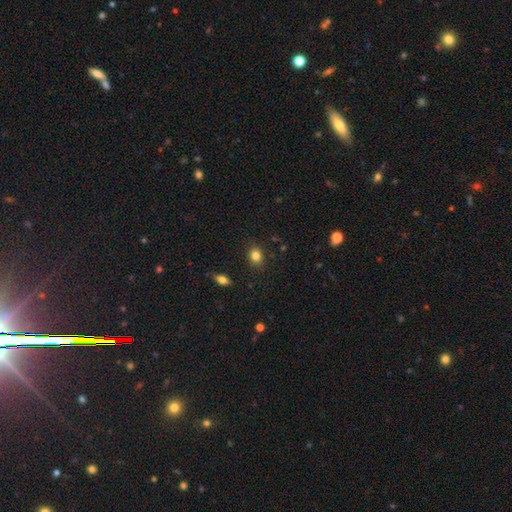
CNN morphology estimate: Overall: smooth (83%). How rounded: in between (54%; round 45%). Merging: none (86%).